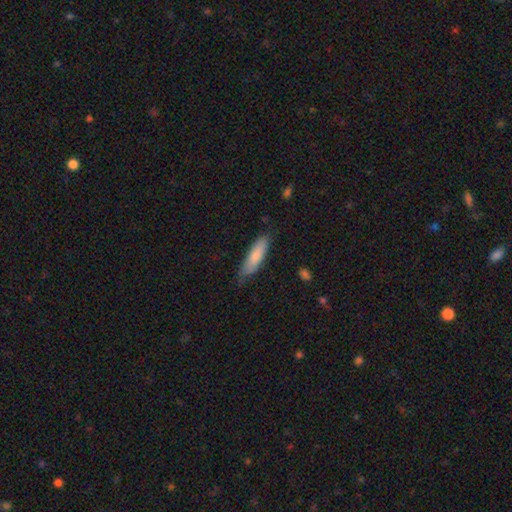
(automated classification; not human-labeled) smooth 81%, featured or disk 14%, star or artifact 5%. Down the decision tree: how rounded — cigar-shaped (65%); merging — none (71%).